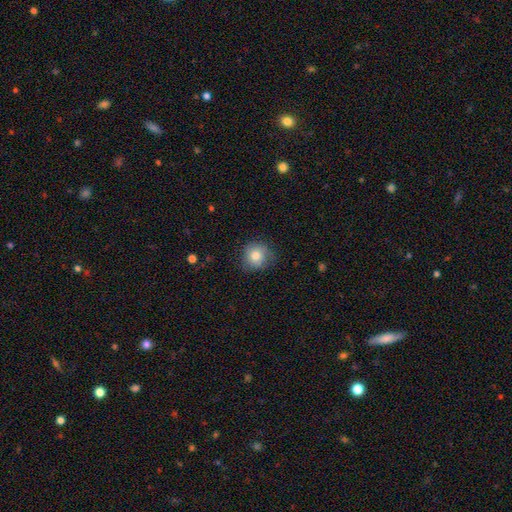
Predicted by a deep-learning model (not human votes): Morphology: type=smooth (78%); roundness=round (88%); merging=none (72%).